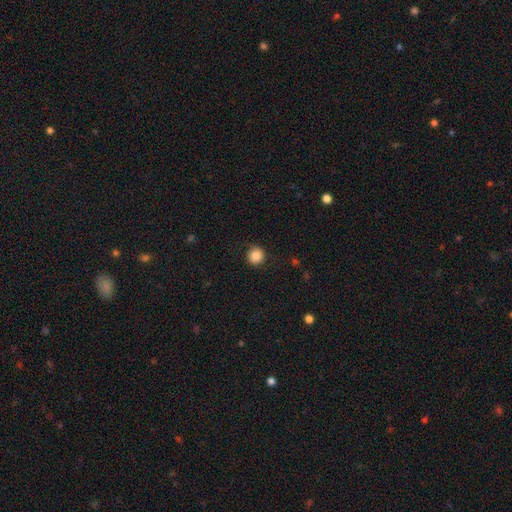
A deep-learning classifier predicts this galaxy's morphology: A smooth galaxy with no disk features (83%) that is round (92%).

Vote fractions:
- Smooth or featured? smooth: 83% / star or artifact: 10% / featured or disk: 7%
- How rounded? round: 92% / in between: 7% / cigar-shaped: 1%
- Merging? none: 83% / minor disturbance: 13% / major disturbance: 4% / merger: 1%